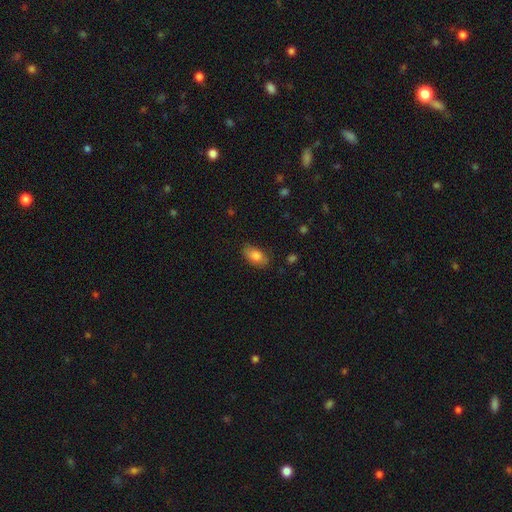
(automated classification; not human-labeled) Smooth or featured?
  - smooth: 83% *
  - featured or disk: 10%
  - star or artifact: 8%
How rounded?
  - in between: 90% *
  - round: 7%
  - cigar-shaped: 3%
Merging?
  - none: 77% *
  - minor disturbance: 18%
  - major disturbance: 4%
  - merger: 1%